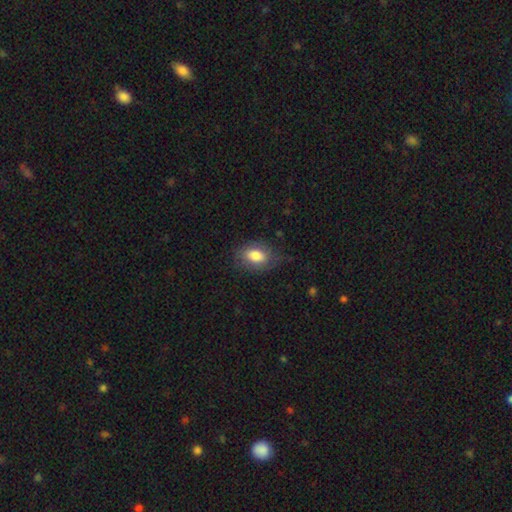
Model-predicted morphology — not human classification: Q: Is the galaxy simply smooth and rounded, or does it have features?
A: smooth — 73%.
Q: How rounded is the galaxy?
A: in between — 83%.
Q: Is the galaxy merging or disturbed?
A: none — 68%.